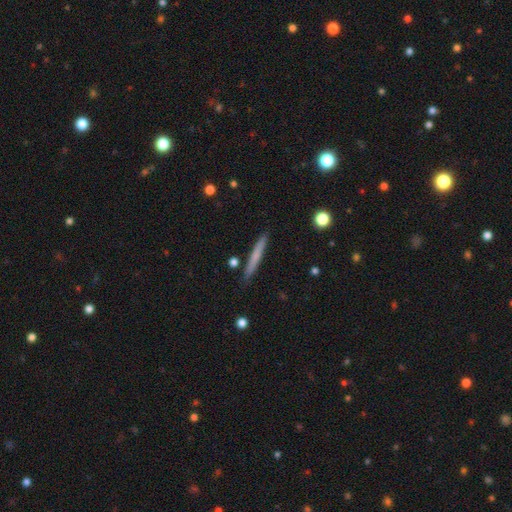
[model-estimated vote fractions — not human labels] Smooth or featured? smooth (61%)
How rounded? cigar-shaped (96%)
Merging? none (90%)